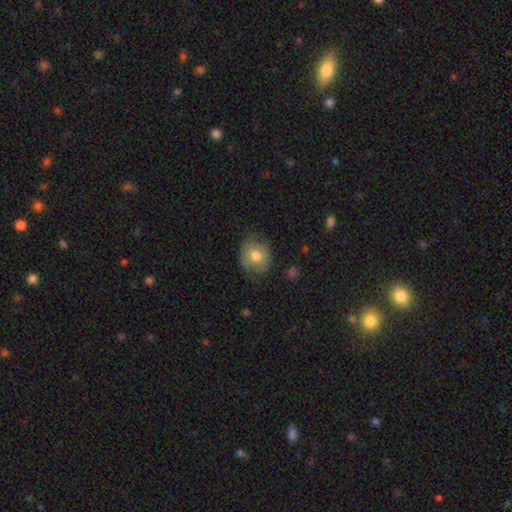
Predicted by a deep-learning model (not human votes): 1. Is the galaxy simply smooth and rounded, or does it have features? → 65% smooth, 27% featured or disk, 7% star or artifact.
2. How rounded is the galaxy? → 63% round, 36% in between, 1% cigar-shaped.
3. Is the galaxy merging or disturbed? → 62% none, 26% minor disturbance, 10% major disturbance, 1% merger.